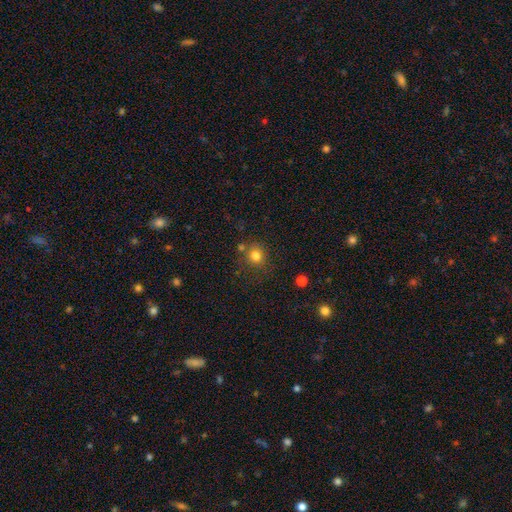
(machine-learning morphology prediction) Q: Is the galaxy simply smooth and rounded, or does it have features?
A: smooth — 79%.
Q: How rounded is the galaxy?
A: round — 85%.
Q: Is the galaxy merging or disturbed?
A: none — 72%.